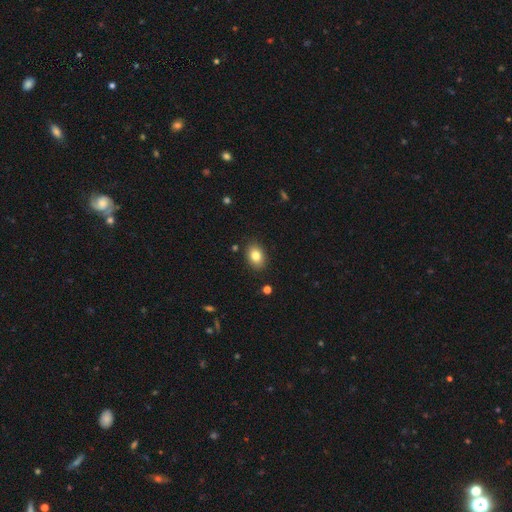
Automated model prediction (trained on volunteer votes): Q: Smooth or featured?
A: smooth (83%); runner-up: star or artifact (9%)
Q: How rounded?
A: in between (78%); runner-up: round (21%)
Q: Merging?
A: none (88%); runner-up: minor disturbance (9%)